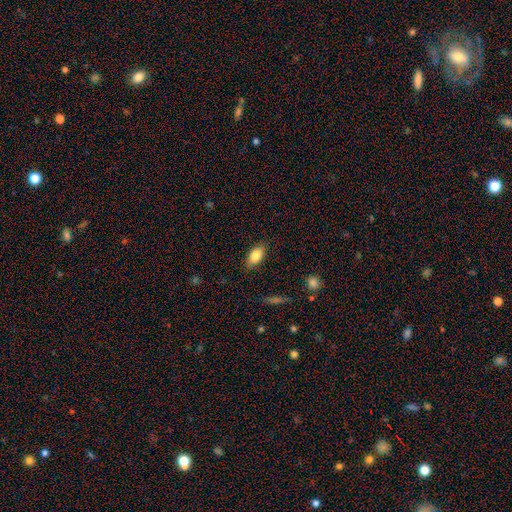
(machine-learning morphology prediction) A smooth galaxy with no disk features (83%) that is in between round and cigar-shaped (89%).

Vote fractions:
- Smooth or featured? smooth: 83% / featured or disk: 10% / star or artifact: 7%
- How rounded? in between: 89% / cigar-shaped: 6% / round: 5%
- Merging? none: 85% / minor disturbance: 11% / major disturbance: 3% / merger: 1%